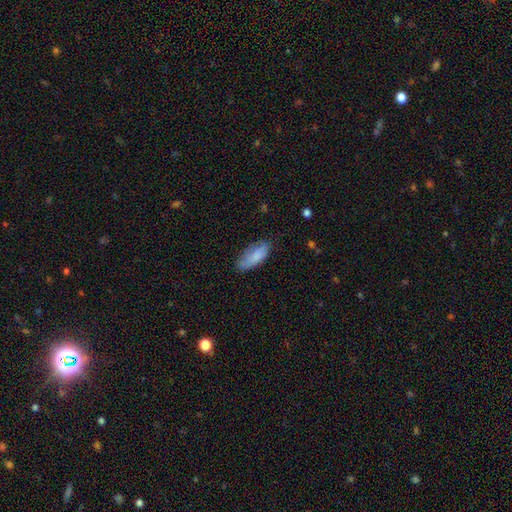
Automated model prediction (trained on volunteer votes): This is clearly a smooth galaxy (81%). How rounded: likely in between (78%). Merging: likely none (67%).